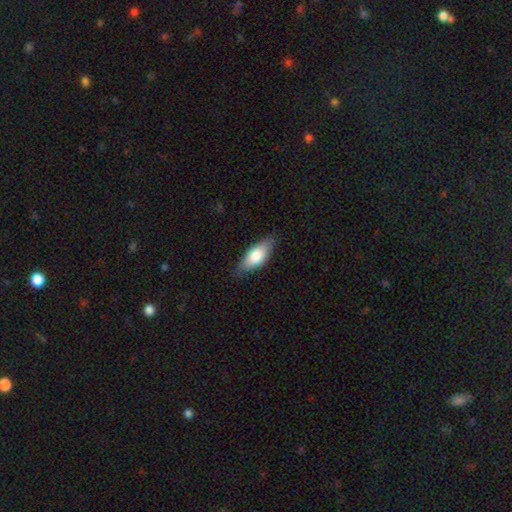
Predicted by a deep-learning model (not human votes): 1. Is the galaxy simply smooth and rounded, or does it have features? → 73% smooth, 21% featured or disk, 6% star or artifact.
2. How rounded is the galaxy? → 80% in between, 18% cigar-shaped, 3% round.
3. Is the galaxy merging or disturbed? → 80% none, 16% minor disturbance, 3% major disturbance, 1% merger.